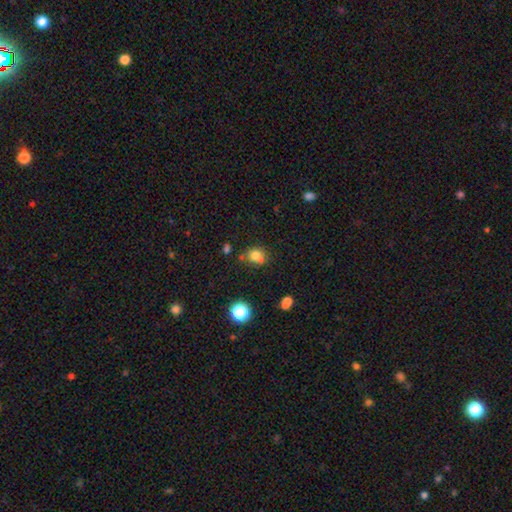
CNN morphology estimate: A smooth galaxy with no disk features (75%) that is round (71%). Merging: none (53%).